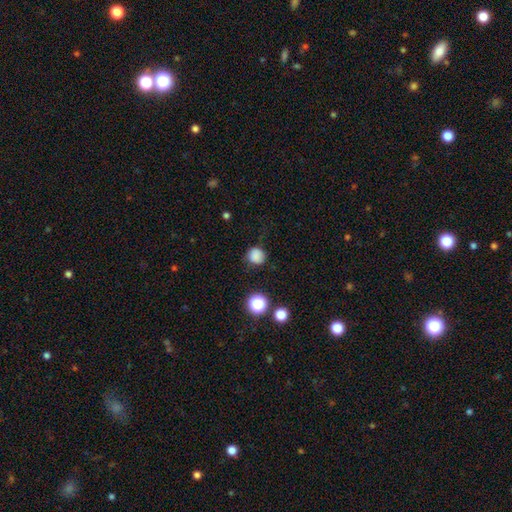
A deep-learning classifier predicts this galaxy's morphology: smooth_or_featured: smooth (p=0.83) [alt: star or artifact p=0.13]
how_rounded: round (p=0.89) [alt: in between p=0.10]
merging: none (p=0.78) [alt: minor disturbance p=0.16]